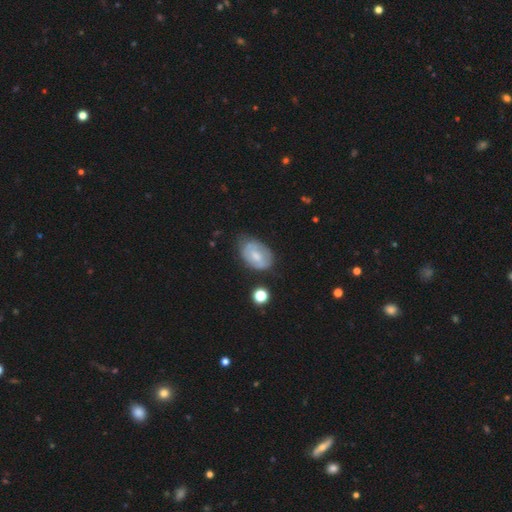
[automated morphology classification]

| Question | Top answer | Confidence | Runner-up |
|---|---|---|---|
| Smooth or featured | smooth | 48% | featured or disk (45%) |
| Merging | none | 56% | minor disturbance (30%) |